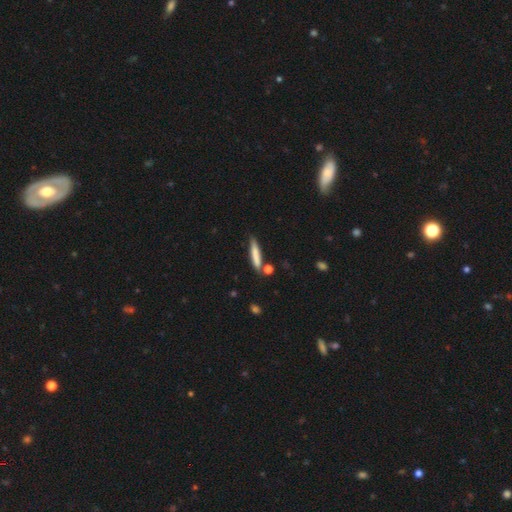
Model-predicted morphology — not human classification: Smooth or featured? Predicted: smooth (p=0.74). How rounded? Predicted: cigar-shaped (p=0.92). Merging? Predicted: none (p=0.74).